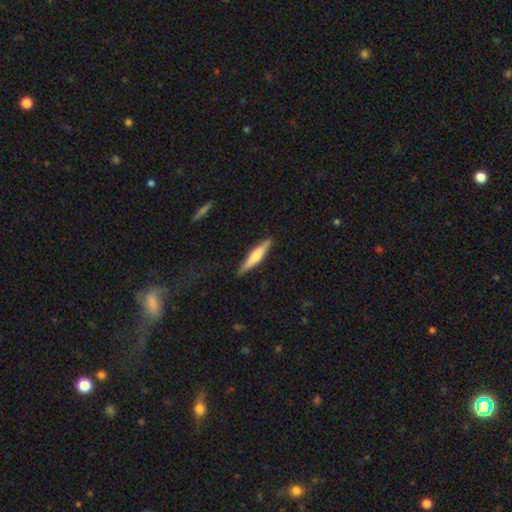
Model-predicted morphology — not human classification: Smooth or featured?
  - smooth: 49% *
  - featured or disk: 46%
  - star or artifact: 5%
Merging?
  - none: 89% *
  - minor disturbance: 8%
  - major disturbance: 2%
  - merger: 1%